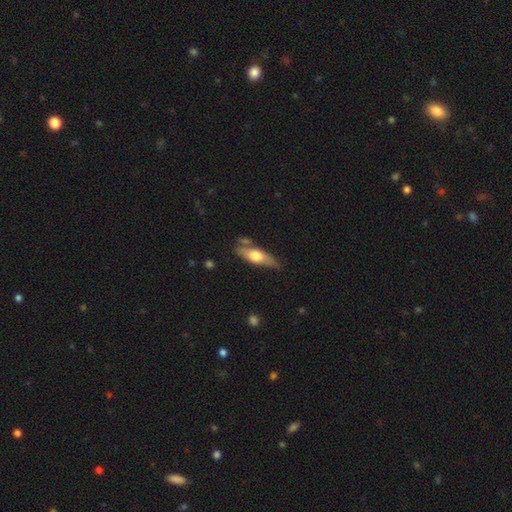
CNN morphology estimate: Smooth or featured? smooth (54%)
How rounded? cigar-shaped (50%)
Merging? none (68%)